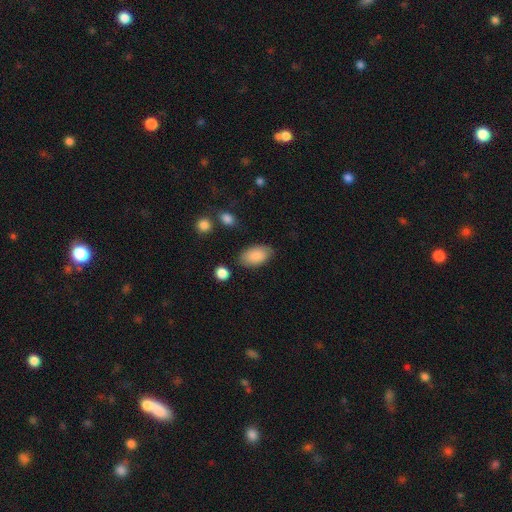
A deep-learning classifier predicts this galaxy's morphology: Smooth or featured: smooth — 88% (star or artifact — 6%)
How rounded: in between — 94% (round — 4%)
Merging: none — 81% (minor disturbance — 13%)